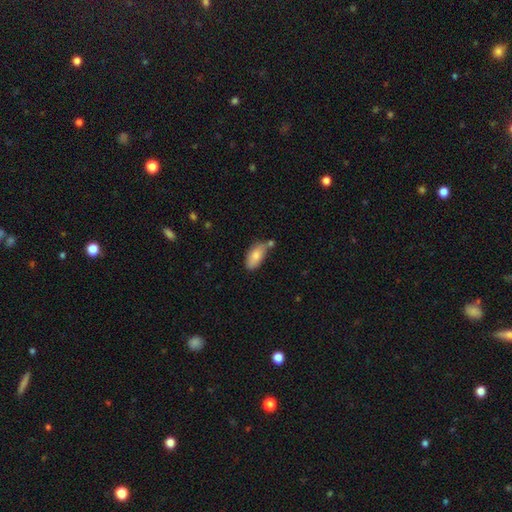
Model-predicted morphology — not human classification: Overall: smooth (80%). How rounded: in between (90%). Merging: none (54%; minor disturbance 25%).